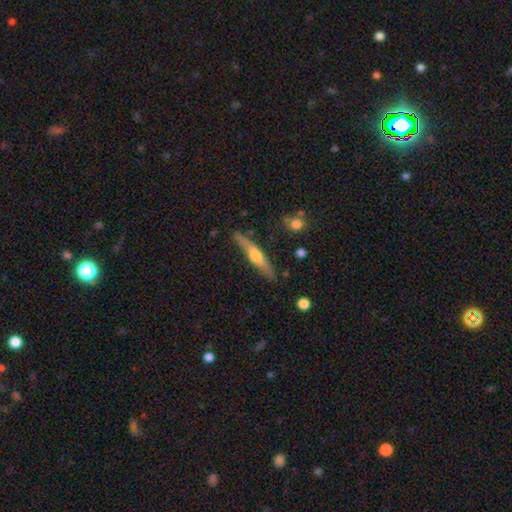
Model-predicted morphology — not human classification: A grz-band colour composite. It shows a featured or disk galaxy (55%) viewed edge-on (93%) with a rounded central bulge (88%). Merging: none (83%).